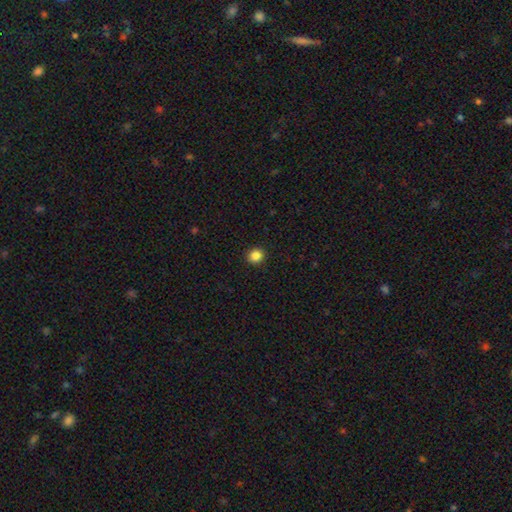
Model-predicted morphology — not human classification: A smooth galaxy with no disk features (86%) that is round (86%).

Vote fractions:
- Smooth or featured? smooth: 86% / star or artifact: 11% / featured or disk: 3%
- How rounded? round: 86% / in between: 13% / cigar-shaped: 1%
- Merging? none: 92% / minor disturbance: 5% / major disturbance: 2% / merger: 1%